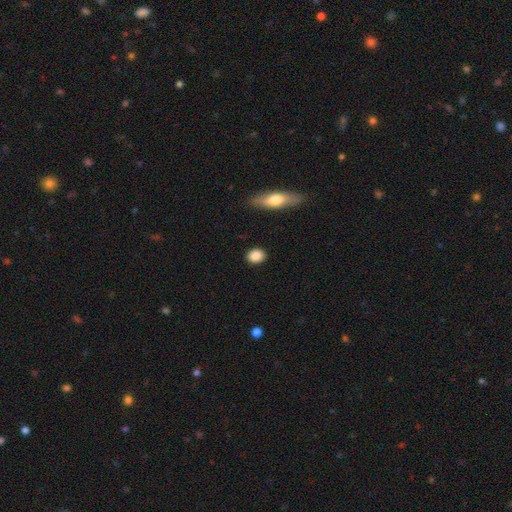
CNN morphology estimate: This appears to be a smooth galaxy with no disk features (87%) that is round (50%). Merging: none (88%).